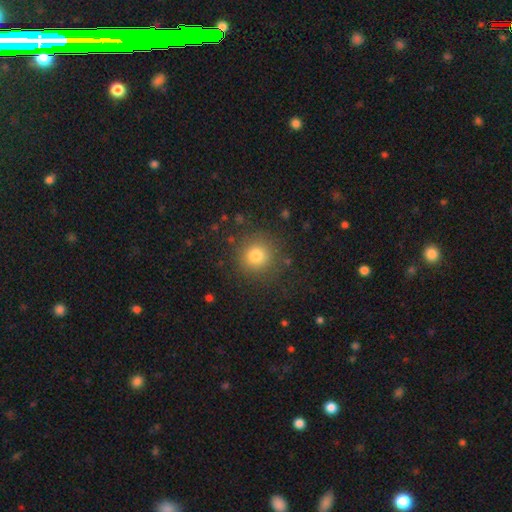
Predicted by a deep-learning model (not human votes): smooth 78%, star or artifact 14%, featured or disk 8%. Down the decision tree: how rounded — round (93%); merging — none (87%).